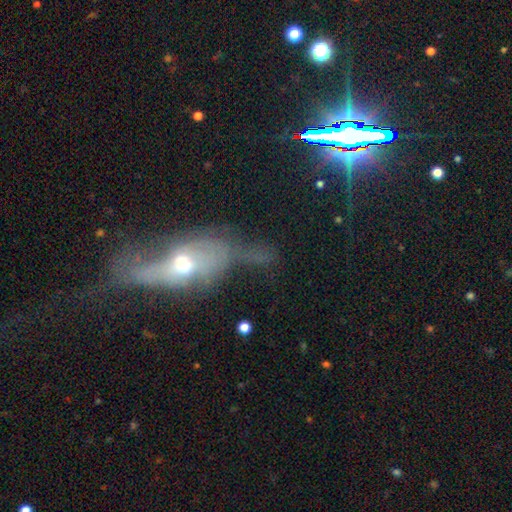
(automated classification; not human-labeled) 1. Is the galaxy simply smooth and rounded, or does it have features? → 48% featured or disk, 29% smooth, 23% star or artifact.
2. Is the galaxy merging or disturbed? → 41% major disturbance, 30% none, 19% minor disturbance, 10% merger.